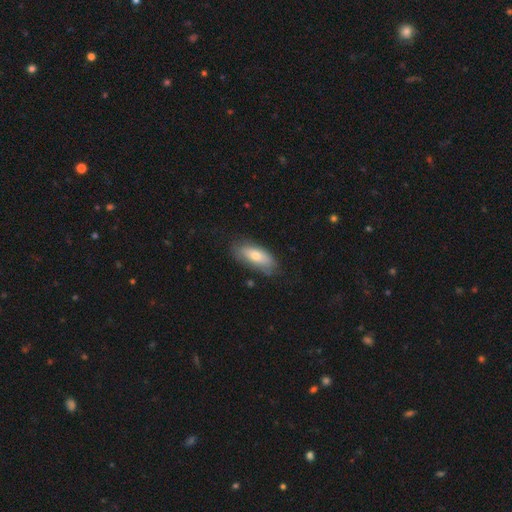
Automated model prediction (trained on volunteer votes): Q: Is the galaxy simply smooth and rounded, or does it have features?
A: smooth — 66%.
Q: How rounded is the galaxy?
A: in between — 79%.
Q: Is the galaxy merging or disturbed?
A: none — 71%.